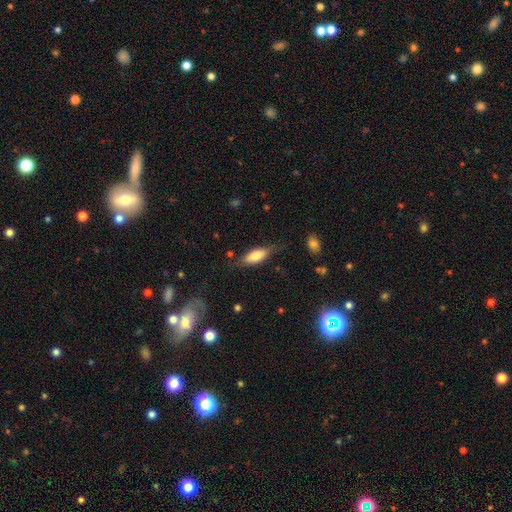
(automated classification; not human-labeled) smooth_or_featured: smooth (p=0.65) [alt: featured or disk p=0.28]
how_rounded: in between (p=0.66) [alt: cigar-shaped p=0.32]
merging: none (p=0.66) [alt: minor disturbance p=0.23]